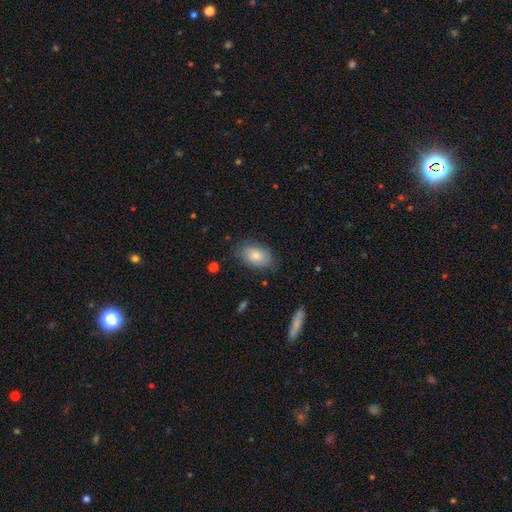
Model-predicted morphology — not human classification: Smooth or featured? Predicted: smooth (p=0.79). How rounded? Predicted: in between (p=0.89). Merging? Predicted: none (p=0.76).